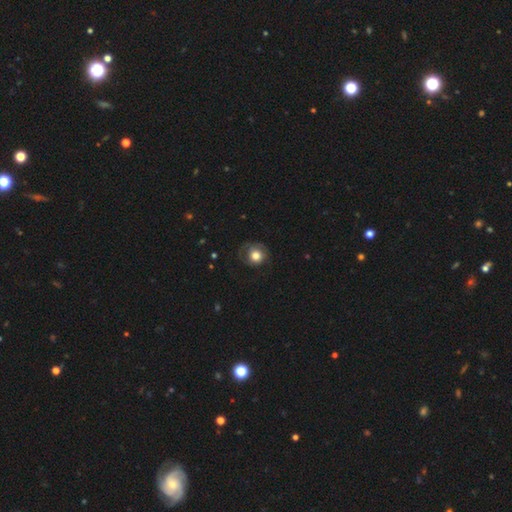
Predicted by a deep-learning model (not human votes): This is likely a smooth galaxy (72%). How rounded: clearly round (85%). Merging: possibly none (59%).